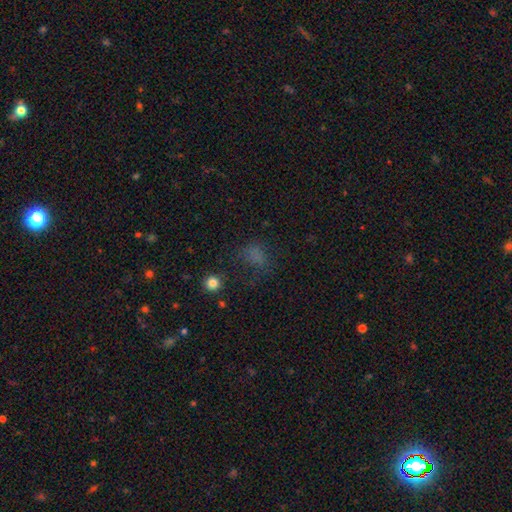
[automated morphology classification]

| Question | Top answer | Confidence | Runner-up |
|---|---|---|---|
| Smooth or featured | smooth | 62% | star or artifact (27%) |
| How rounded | round | 49% | in between (48%) |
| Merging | none | 56% | major disturbance (21%) |